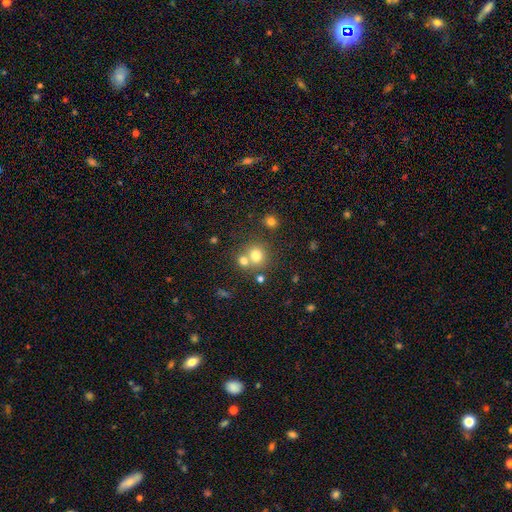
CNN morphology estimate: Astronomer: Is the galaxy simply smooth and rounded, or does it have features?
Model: smooth — 74%.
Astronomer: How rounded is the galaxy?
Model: round — 84%.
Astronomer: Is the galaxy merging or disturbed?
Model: none — 53% (runner-up: merger, 36%).